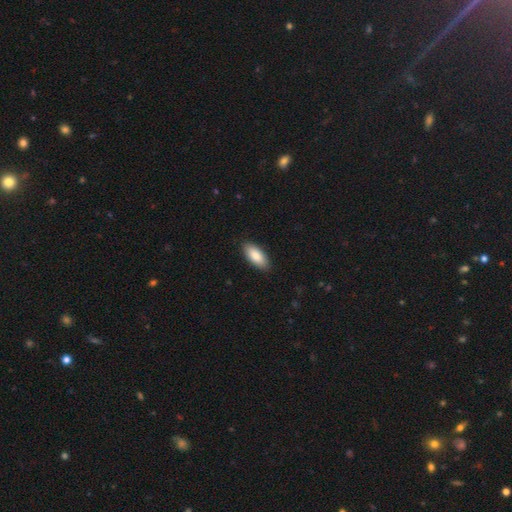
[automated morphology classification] A smooth galaxy with no disk features (86%) that is in between round and cigar-shaped (88%). Merging: none (89%).